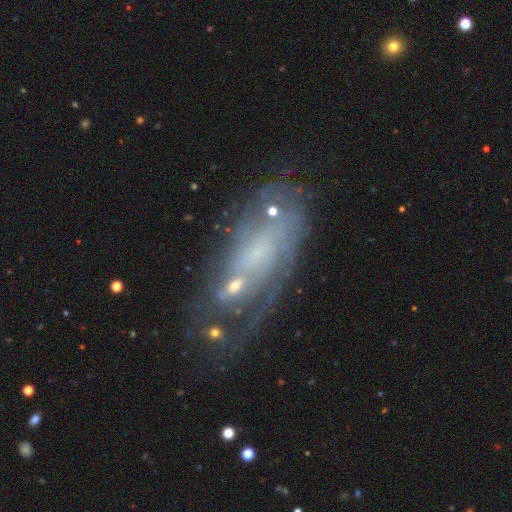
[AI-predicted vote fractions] Smooth or featured: featured or disk — 66% (smooth — 22%)
Edge-on disk: no — 89% (yes — 11%)
Bar: no — 68% (weak — 24%)
Spiral arms: yes — 61% (no — 39%)
Bulge size: small — 42% (none — 37%)
Merging: none — 48% (major disturbance — 22%)